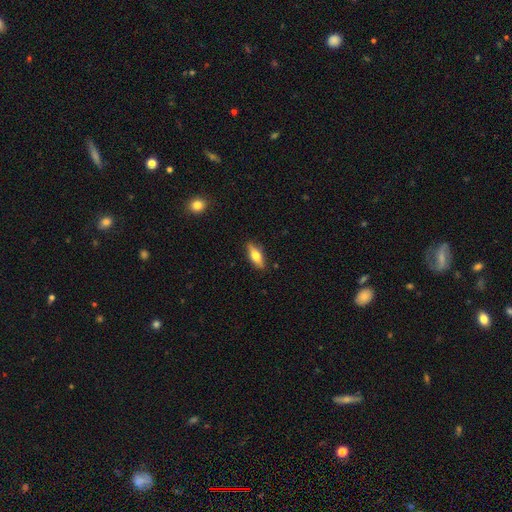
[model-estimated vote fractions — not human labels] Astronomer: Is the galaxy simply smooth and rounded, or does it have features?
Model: smooth — 61%.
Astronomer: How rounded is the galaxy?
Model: in between — 62%.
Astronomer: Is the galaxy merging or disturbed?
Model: none — 87%.